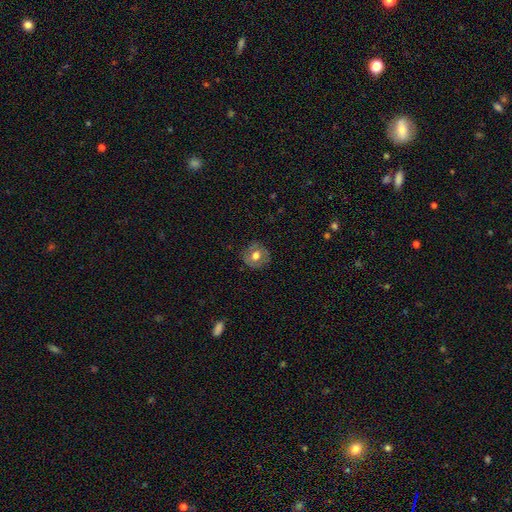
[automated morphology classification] Smooth or featured?
  - smooth: 58% *
  - featured or disk: 33%
  - star or artifact: 9%
How rounded?
  - round: 85% *
  - in between: 14%
  - cigar-shaped: 1%
Merging?
  - none: 82% *
  - minor disturbance: 13%
  - major disturbance: 4%
  - merger: 1%